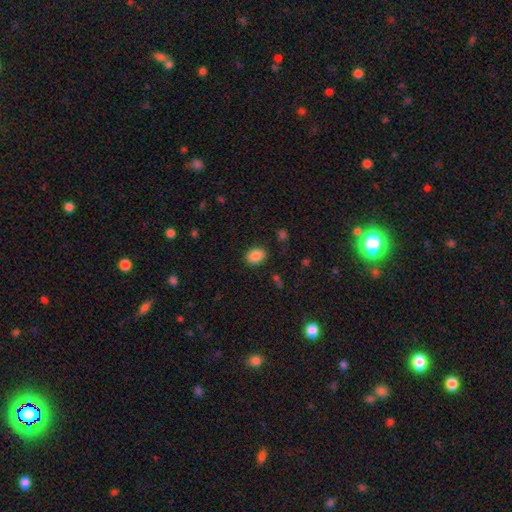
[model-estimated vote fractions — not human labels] A smooth galaxy with no disk features (86%) that is in between round and cigar-shaped (63%). Merging: none (86%).